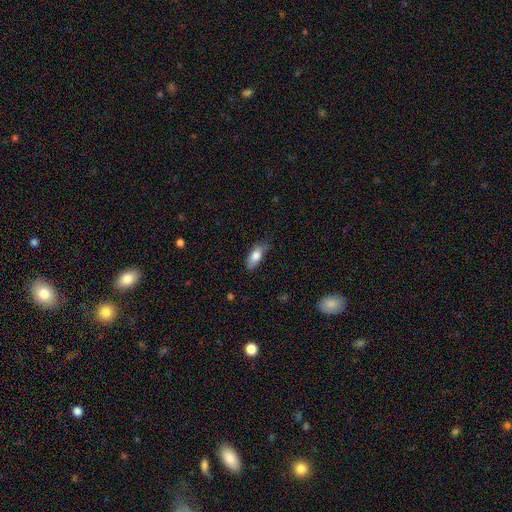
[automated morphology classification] Smooth or featured?
  - smooth: 80% *
  - featured or disk: 14%
  - star or artifact: 7%
How rounded?
  - in between: 81% *
  - cigar-shaped: 16%
  - round: 3%
Merging?
  - none: 67% *
  - minor disturbance: 26%
  - major disturbance: 6%
  - merger: 1%